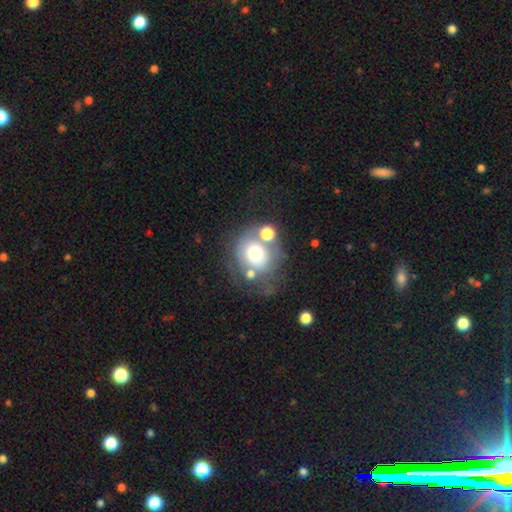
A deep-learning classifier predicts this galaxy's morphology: Smooth or featured? Predicted: smooth (p=0.57). How rounded? Predicted: round (p=0.75). Merging? Predicted: none (p=0.45).